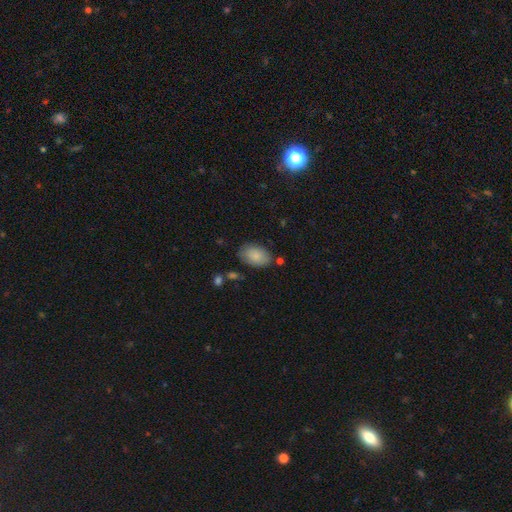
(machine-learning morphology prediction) smooth-or-featured: smooth: 86% | featured or disk: 8% | star or artifact: 6%
  how-rounded: in between: 91% | round: 8% | cigar-shaped: 1%
  merging: none: 75% | minor disturbance: 17% | major disturbance: 4% | merger: 4%